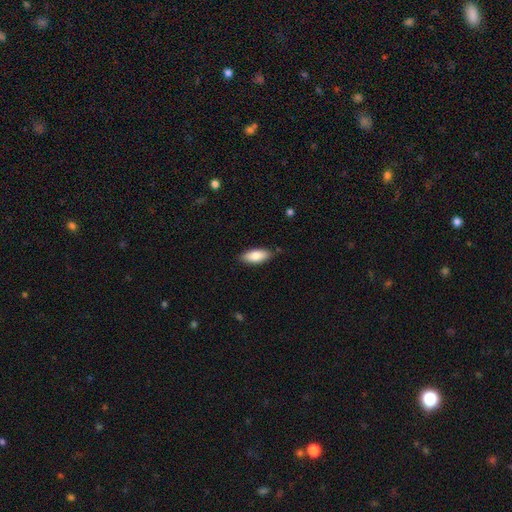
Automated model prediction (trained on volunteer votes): Overall: smooth (83%). How rounded: in between (83%). Merging: none (83%).